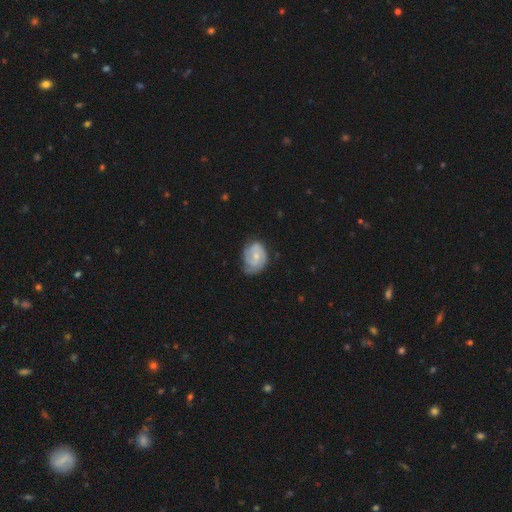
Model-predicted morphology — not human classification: This is likely a featured or disk galaxy (64%). It is clearly not viewed edge-on (97%). Bar: likely no (64%). Spiral arm pattern: clearly yes (87%). Spiral arm count: possibly 2 (45%). Spiral winding: possibly tight (50%). Central bulge: possibly small (54%). Merging: possibly none (54%).